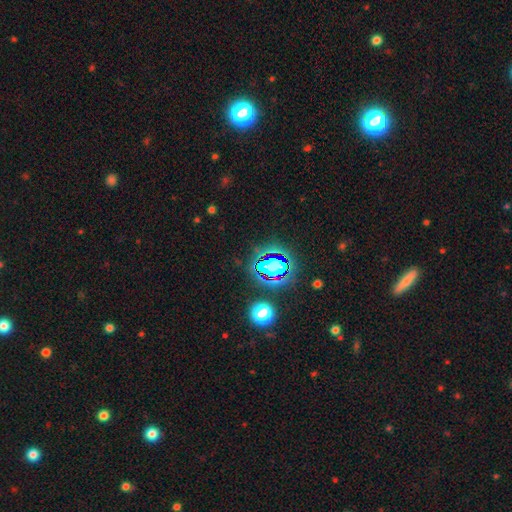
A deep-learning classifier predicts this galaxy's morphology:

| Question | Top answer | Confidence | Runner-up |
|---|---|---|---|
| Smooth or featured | star or artifact | 78% | smooth (14%) |